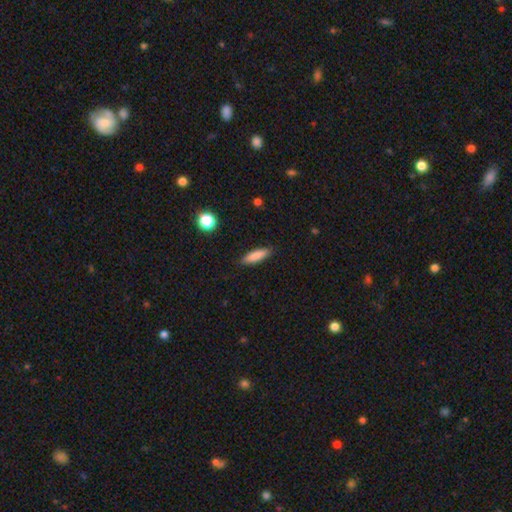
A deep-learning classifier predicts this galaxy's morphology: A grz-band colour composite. It shows a smooth galaxy with no disk features (84%) that is cigar-shaped (64%). Merging: none (88%).